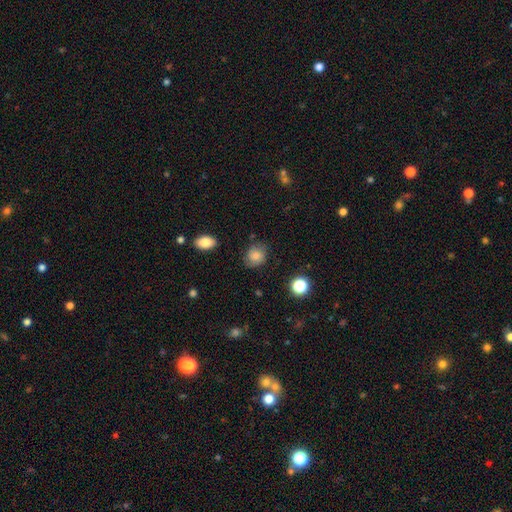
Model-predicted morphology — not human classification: Q: Smooth or featured?
A: smooth (77%); runner-up: featured or disk (12%)
Q: How rounded?
A: round (67%); runner-up: in between (32%)
Q: Merging?
A: none (76%); runner-up: minor disturbance (18%)